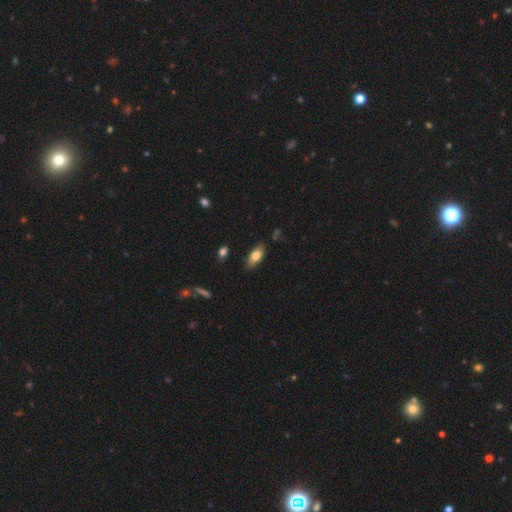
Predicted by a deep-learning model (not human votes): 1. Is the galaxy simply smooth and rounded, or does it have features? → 75% smooth, 19% featured or disk, 7% star or artifact.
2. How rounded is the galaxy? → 84% in between, 12% cigar-shaped, 3% round.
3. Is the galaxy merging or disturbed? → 82% none, 14% minor disturbance, 2% major disturbance, 2% merger.